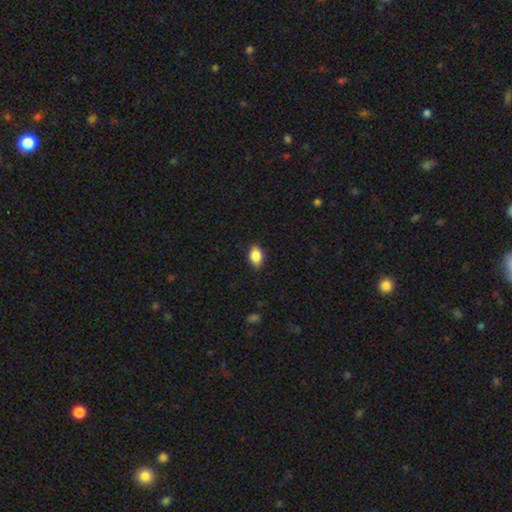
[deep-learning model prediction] smooth-or-featured: smooth: 88% | star or artifact: 8% | featured or disk: 5%
  how-rounded: in between: 88% | round: 10% | cigar-shaped: 2%
  merging: none: 85% | minor disturbance: 12% | major disturbance: 2% | merger: 1%